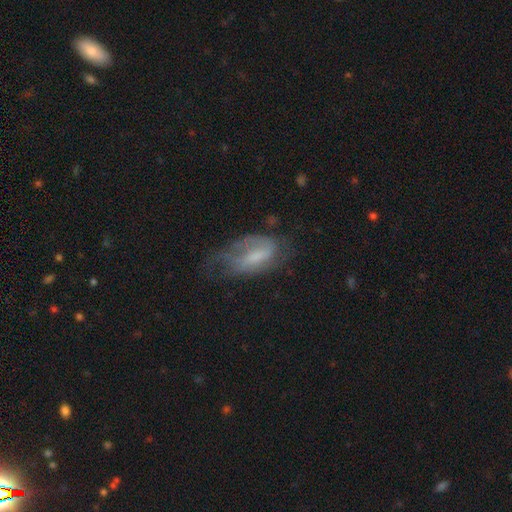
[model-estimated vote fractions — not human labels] A featured or disk galaxy (54%). Merging: none (37%).